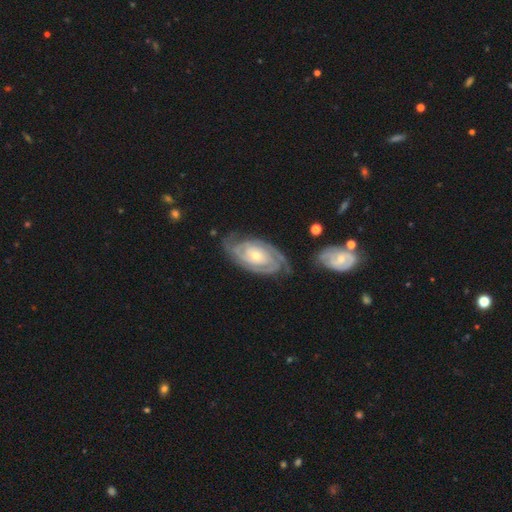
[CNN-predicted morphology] Overall: featured or disk (89%). Edge-on disk: no (96%). Bar: no (74%). Spiral arms: yes (97%). Spiral arm count: 2 (54%; can't tell 18%). Spiral winding: tight (78%). Bulge size: small (57%; moderate 39%). Merging: none (72%).